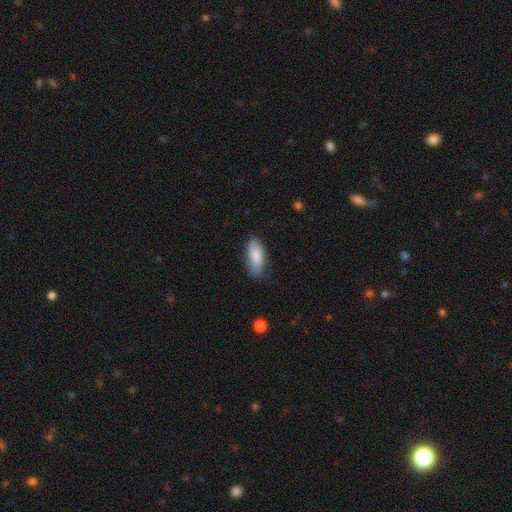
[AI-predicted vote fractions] Smooth or featured? smooth (81%)
How rounded? in between (83%)
Merging? none (74%)